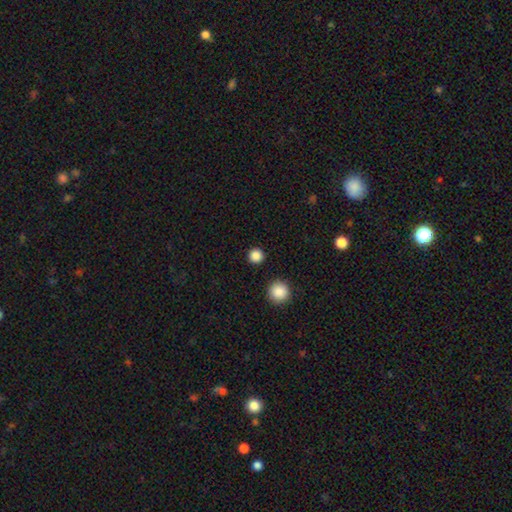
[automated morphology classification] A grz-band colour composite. It shows a smooth galaxy with no disk features (85%) that is round (96%). Merging: none (92%).